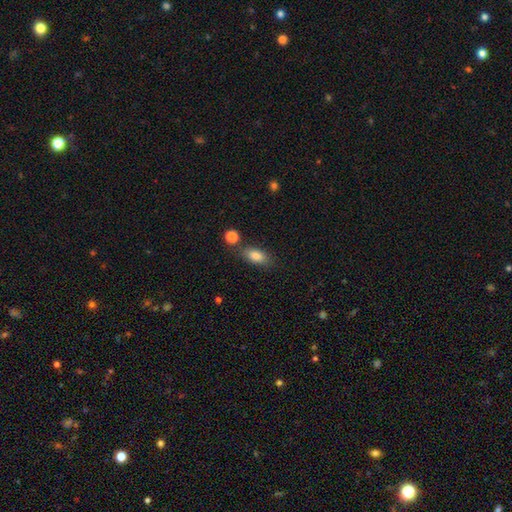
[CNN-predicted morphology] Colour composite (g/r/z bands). It shows a smooth galaxy with no disk features (84%) that is in between round and cigar-shaped (85%). Merging: none (72%).